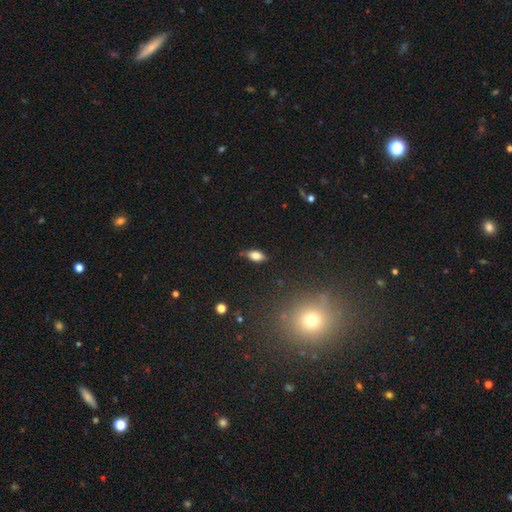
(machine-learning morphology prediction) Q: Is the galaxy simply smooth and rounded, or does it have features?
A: smooth — 78%.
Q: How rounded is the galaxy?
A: in between — 88%.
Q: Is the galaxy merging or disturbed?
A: none — 77%.